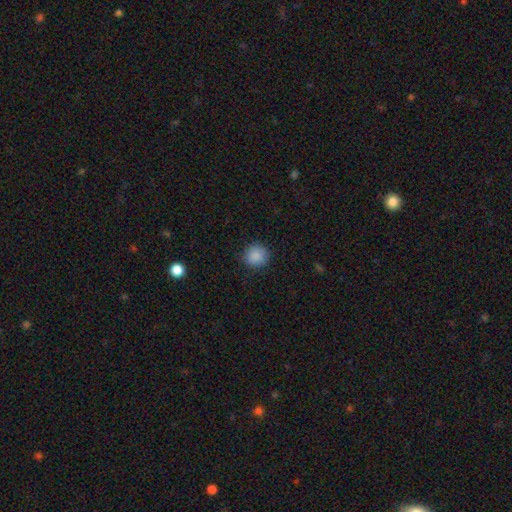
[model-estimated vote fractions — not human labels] A smooth galaxy with no disk features (87%) that is round (90%).

Vote fractions:
- Smooth or featured? smooth: 87% / star or artifact: 9% / featured or disk: 3%
- How rounded? round: 90% / in between: 9% / cigar-shaped: 1%
- Merging? none: 88% / minor disturbance: 9% / major disturbance: 2% / merger: 1%